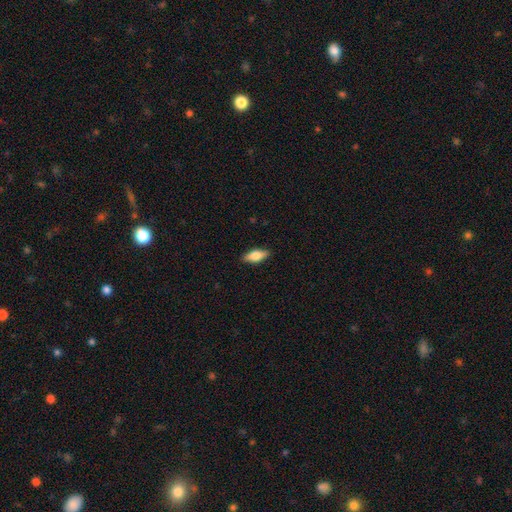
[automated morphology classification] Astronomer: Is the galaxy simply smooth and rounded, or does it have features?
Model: smooth — 73%.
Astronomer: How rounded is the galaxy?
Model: in between — 77%.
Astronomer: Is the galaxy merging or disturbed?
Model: none — 88%.